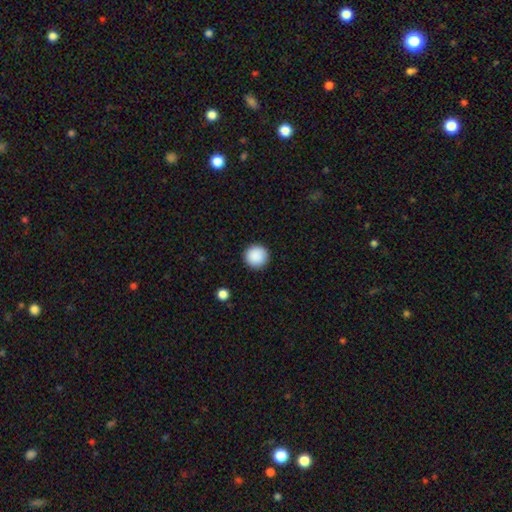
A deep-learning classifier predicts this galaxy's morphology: Smooth or featured? Predicted: smooth (p=0.90). How rounded? Predicted: round (p=0.96). Merging? Predicted: none (p=0.92).